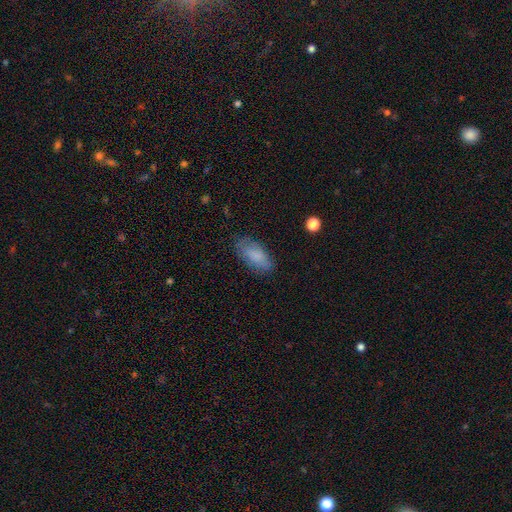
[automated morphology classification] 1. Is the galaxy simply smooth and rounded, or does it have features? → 81% smooth, 12% featured or disk, 7% star or artifact.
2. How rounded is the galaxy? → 88% in between, 10% cigar-shaped, 2% round.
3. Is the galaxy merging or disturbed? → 77% none, 17% minor disturbance, 5% major disturbance, 1% merger.